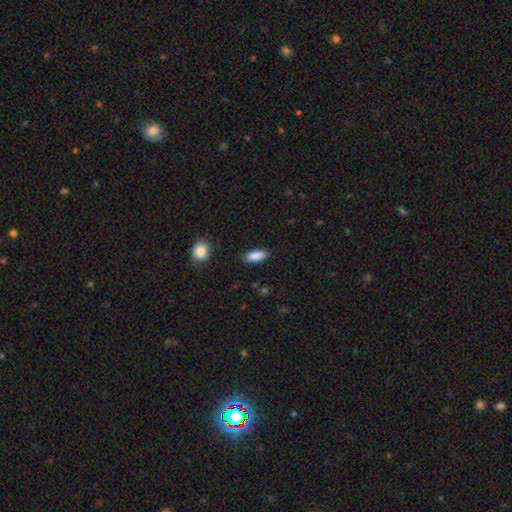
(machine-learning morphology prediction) Smooth or featured? Predicted: smooth (p=0.88). How rounded? Predicted: in between (p=0.80). Merging? Predicted: none (p=0.85).